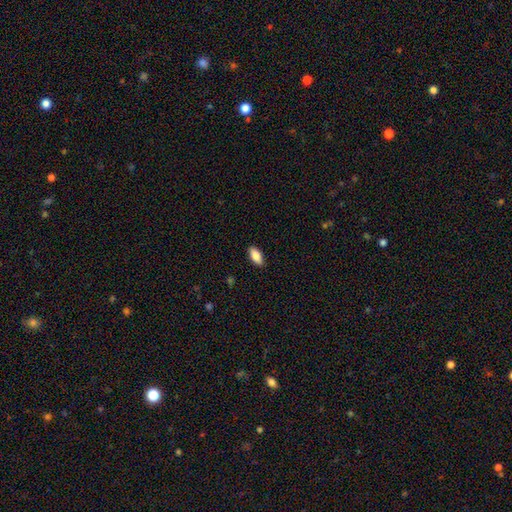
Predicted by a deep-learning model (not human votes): Q: Smooth or featured?
A: smooth (85%); runner-up: featured or disk (9%)
Q: How rounded?
A: in between (86%); runner-up: cigar-shaped (12%)
Q: Merging?
A: none (88%); runner-up: minor disturbance (9%)